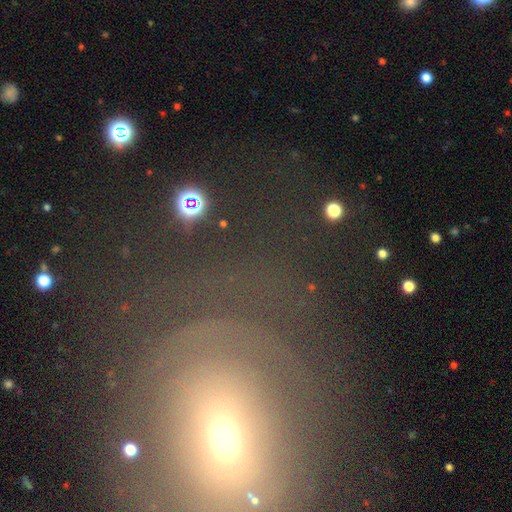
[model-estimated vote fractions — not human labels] Q: Smooth or featured?
A: featured or disk (43%); runner-up: smooth (31%)
Q: Merging?
A: none (65%); runner-up: major disturbance (16%)